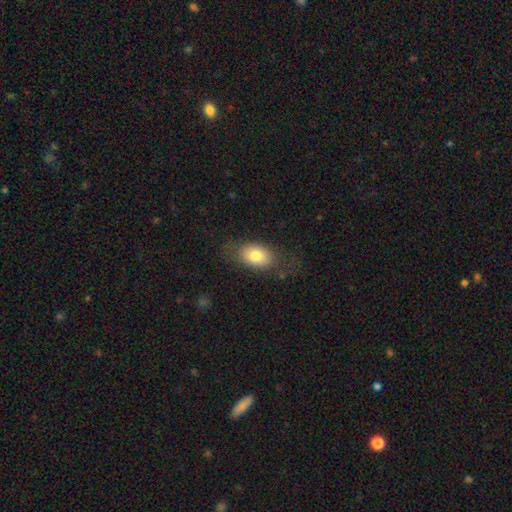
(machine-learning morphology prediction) Smooth or featured? Predicted: smooth (p=0.79). How rounded? Predicted: in between (p=0.84). Merging? Predicted: none (p=0.69).